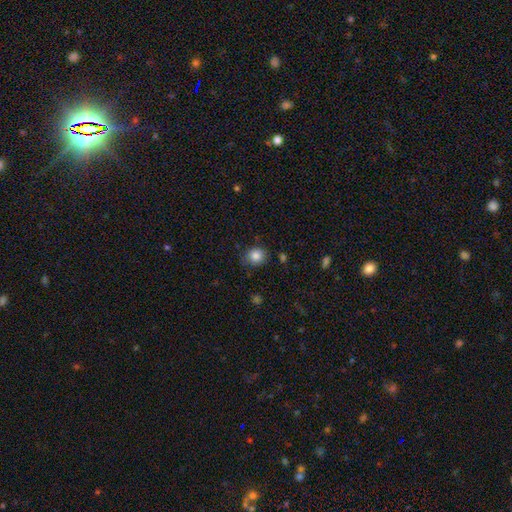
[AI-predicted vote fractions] smooth-or-featured: smooth: 84% | star or artifact: 10% | featured or disk: 6%
  how-rounded: round: 76% | in between: 23% | cigar-shaped: 1%
  merging: none: 78% | minor disturbance: 16% | major disturbance: 3% | merger: 2%